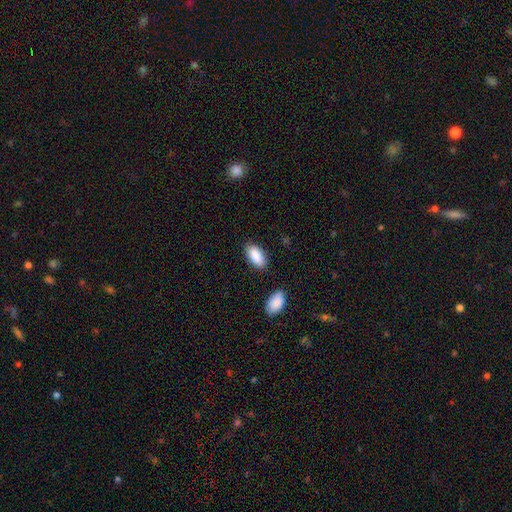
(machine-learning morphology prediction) The model was most divided on "merging": none: 81%, minor disturbance: 12%, merger: 4%, major disturbance: 3%. More confident: how rounded — in between (91%); smooth or featured — smooth (89%).